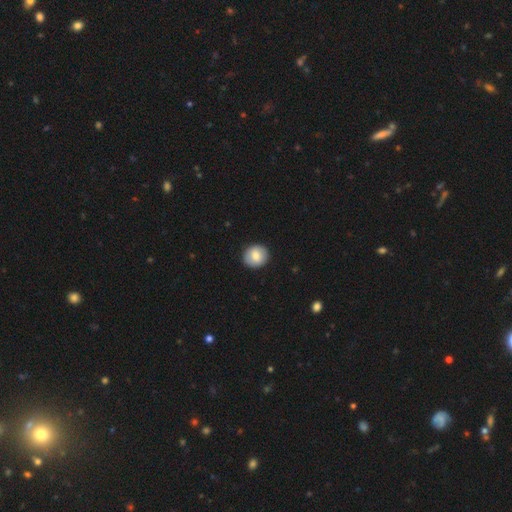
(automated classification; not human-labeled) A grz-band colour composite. It shows a smooth galaxy with no disk features (80%) that is round (86%). Merging: none (91%).